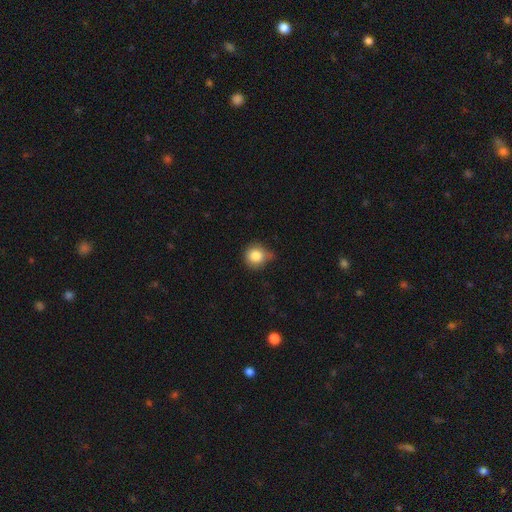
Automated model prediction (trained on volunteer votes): Smooth or featured?
  - smooth: 84% *
  - star or artifact: 10%
  - featured or disk: 6%
How rounded?
  - round: 87% *
  - in between: 12%
  - cigar-shaped: 1%
Merging?
  - none: 49% *
  - minor disturbance: 39%
  - major disturbance: 9%
  - merger: 3%